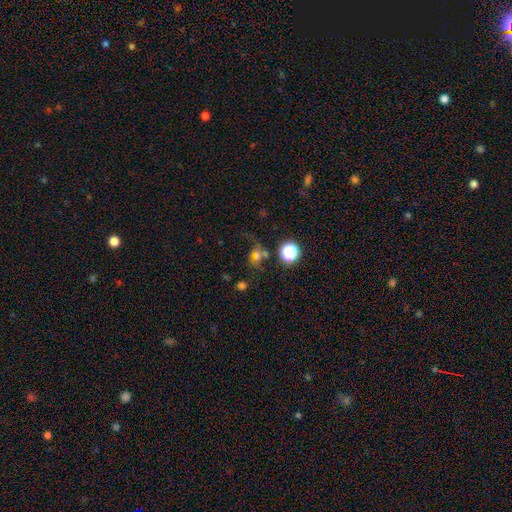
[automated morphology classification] The model was most divided on "smooth or featured": smooth: 46%, star or artifact: 33%, featured or disk: 21%. Remaining: merging — none (47%).